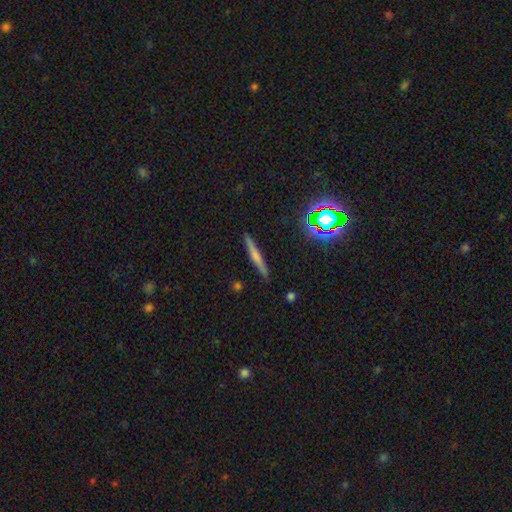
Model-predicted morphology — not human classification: This is possibly a smooth galaxy (47%). Merging: clearly none (89%).